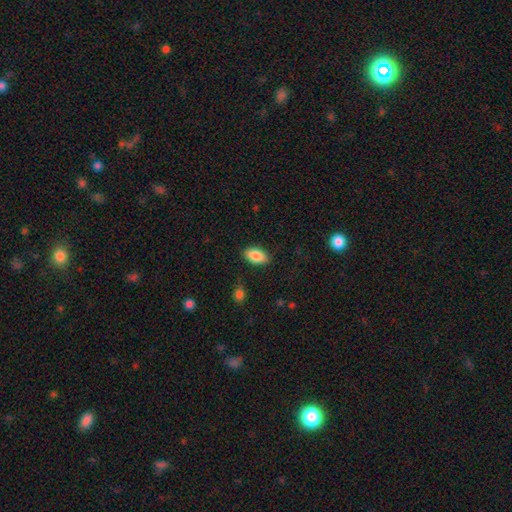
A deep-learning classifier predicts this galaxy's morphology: Smooth or featured? Predicted: smooth (p=0.86). How rounded? Predicted: in between (p=0.92). Merging? Predicted: none (p=0.86).